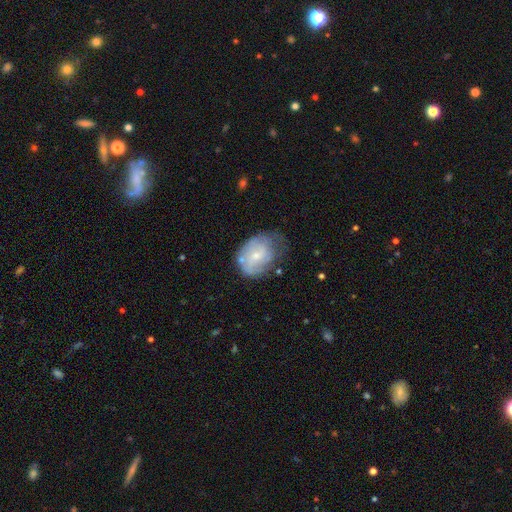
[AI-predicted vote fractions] Overall: featured or disk (58%; smooth 35%). Edge-on disk: no (97%). Bar: no (66%; weak 30%). Spiral arms: yes (68%; no 32%). Bulge size: small (67%; moderate 27%). Merging: none (42%; minor disturbance 34%).